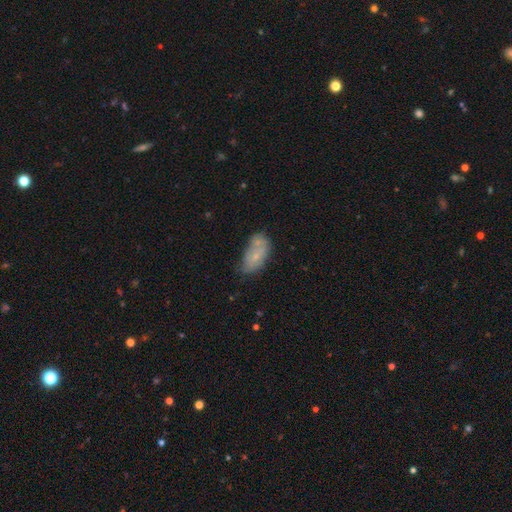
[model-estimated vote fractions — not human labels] Morphology: type=smooth (60%); roundness=in between (91%); merging=none (42%).